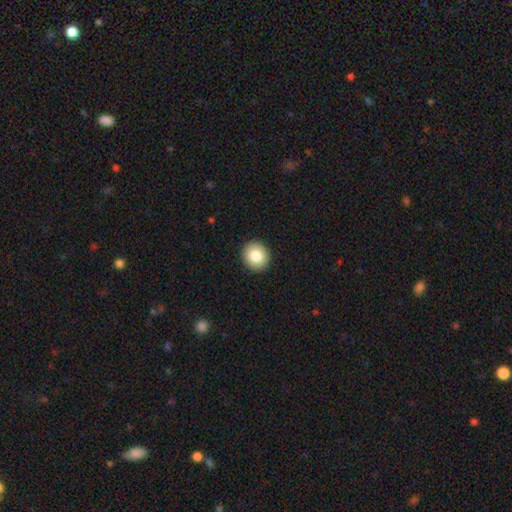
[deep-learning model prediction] smooth-or-featured: smooth: 83% | featured or disk: 9% | star or artifact: 8%
  how-rounded: round: 82% | in between: 17% | cigar-shaped: 1%
  merging: none: 93% | minor disturbance: 5% | major disturbance: 1% | merger: 1%